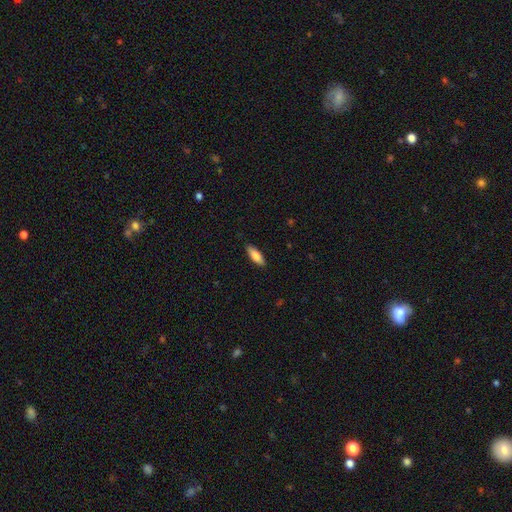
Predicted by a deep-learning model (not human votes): A smooth galaxy with no disk features (79%) that is in between round and cigar-shaped (59%). Merging: none (89%).